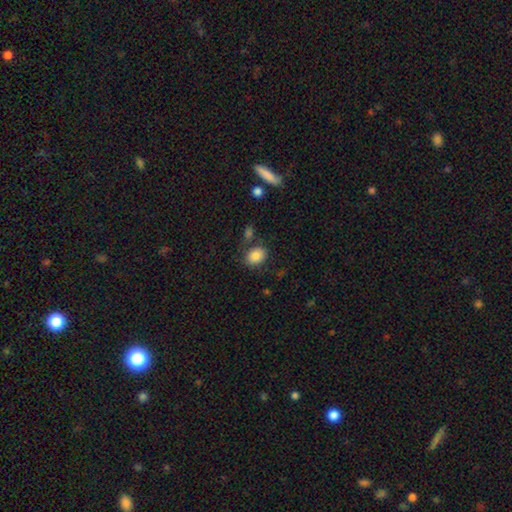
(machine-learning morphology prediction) The model was most divided on "how rounded": in between: 63%, round: 36%, cigar-shaped: 1%. More confident: smooth or featured — smooth (85%); merging — none (75%).